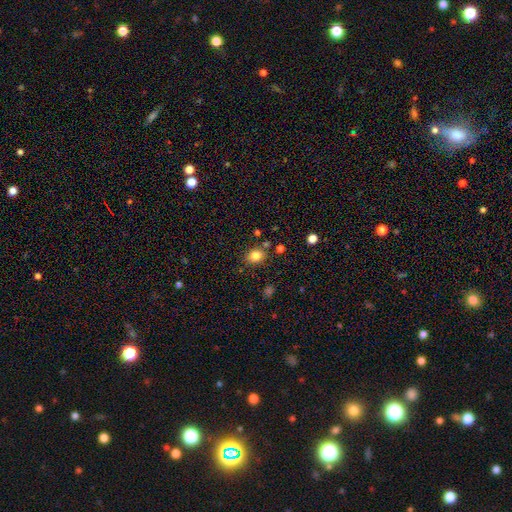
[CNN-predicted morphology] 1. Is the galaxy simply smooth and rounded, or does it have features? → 82% smooth, 11% star or artifact, 7% featured or disk.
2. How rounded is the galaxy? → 50% in between, 49% round, 1% cigar-shaped.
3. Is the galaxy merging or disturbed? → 79% none, 12% minor disturbance, 6% merger, 3% major disturbance.